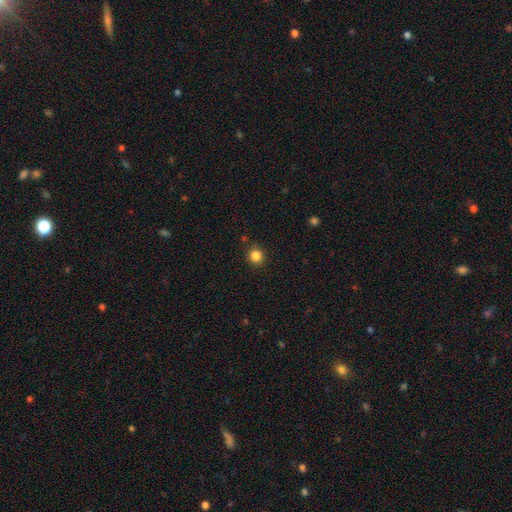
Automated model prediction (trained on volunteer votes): Smooth or featured?
  - smooth: 85% *
  - star or artifact: 11%
  - featured or disk: 4%
How rounded?
  - round: 88% *
  - in between: 11%
  - cigar-shaped: 1%
Merging?
  - none: 88% *
  - minor disturbance: 8%
  - major disturbance: 2%
  - merger: 2%